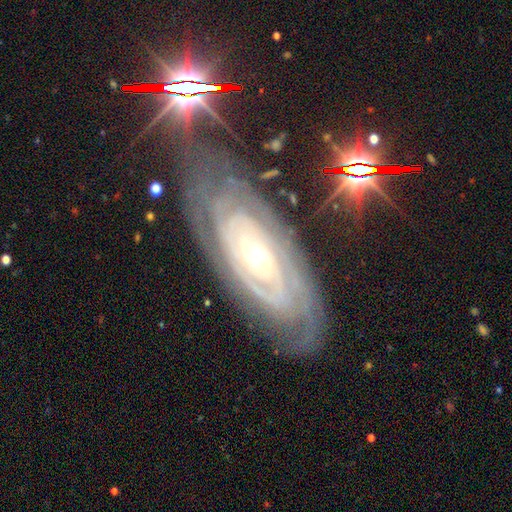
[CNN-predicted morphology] smooth_or_featured: featured or disk (p=0.85) [alt: star or artifact p=0.08]
disk_edge_on: no (p=0.91) [alt: yes p=0.09]
bar: no (p=0.61) [alt: weak p=0.25]
has_spiral_arms: yes (p=0.94) [alt: no p=0.06]
spiral_winding: tight (p=0.84) [alt: medium p=0.13]
spiral_arm_count: can't tell (p=0.42) [alt: 2 p=0.22]
bulge_size: moderate (p=0.50) [alt: small p=0.46]
merging: none (p=0.75) [alt: minor disturbance p=0.16]